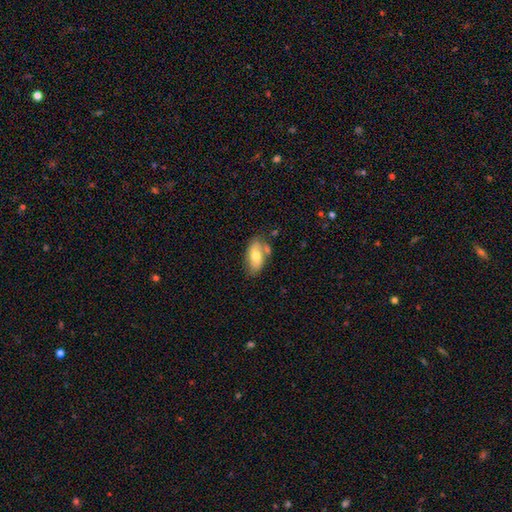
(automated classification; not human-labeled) This is likely a smooth galaxy (64%). How rounded: clearly in between (91%). Merging: possibly none (59%).